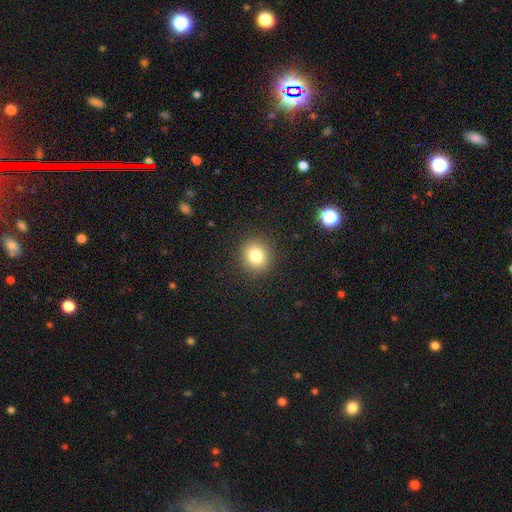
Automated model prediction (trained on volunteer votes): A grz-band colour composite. It shows a smooth galaxy with no disk features (79%) that is round (85%). Merging: none (90%).